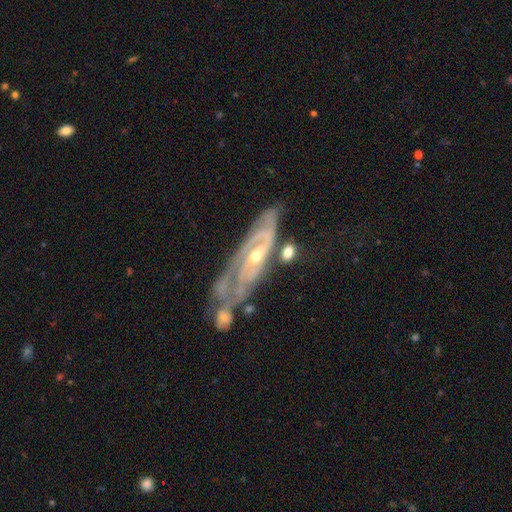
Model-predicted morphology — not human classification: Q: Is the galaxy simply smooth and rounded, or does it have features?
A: featured or disk — 87%.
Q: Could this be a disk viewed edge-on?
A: no — 86%.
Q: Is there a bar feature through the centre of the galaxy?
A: no — 53%.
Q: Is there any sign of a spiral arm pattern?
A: yes — 93%.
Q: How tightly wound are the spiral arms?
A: tight — 62%.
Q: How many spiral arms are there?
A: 2 — 46%.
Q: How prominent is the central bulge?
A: small — 58%.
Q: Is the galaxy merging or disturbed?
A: none — 41%.